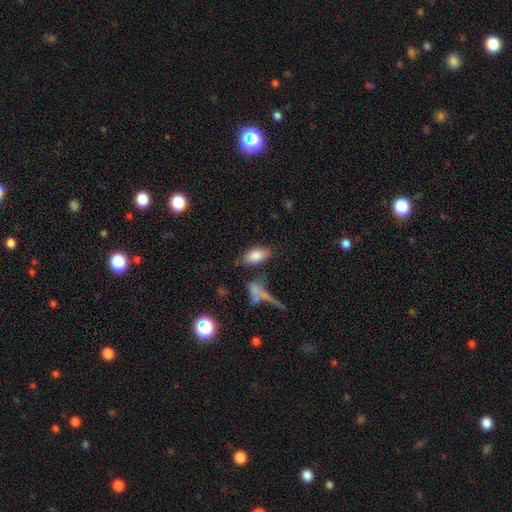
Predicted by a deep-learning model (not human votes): This is clearly a smooth galaxy (80%). How rounded: clearly in between (89%). Merging: likely none (70%).